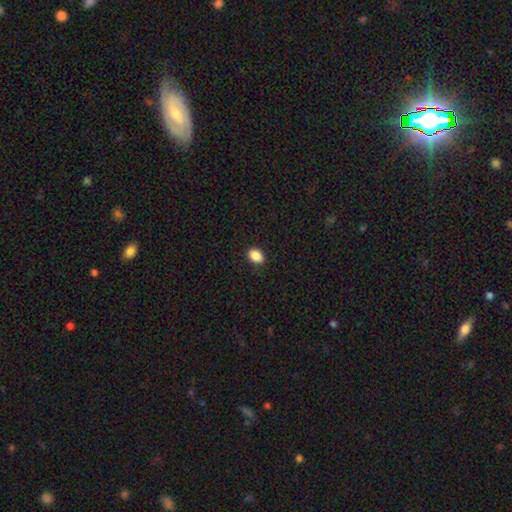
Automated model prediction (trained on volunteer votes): Smooth or featured?
  - smooth: 89% *
  - star or artifact: 8%
  - featured or disk: 3%
How rounded?
  - in between: 81% *
  - round: 17%
  - cigar-shaped: 1%
Merging?
  - none: 89% *
  - minor disturbance: 8%
  - major disturbance: 2%
  - merger: 1%